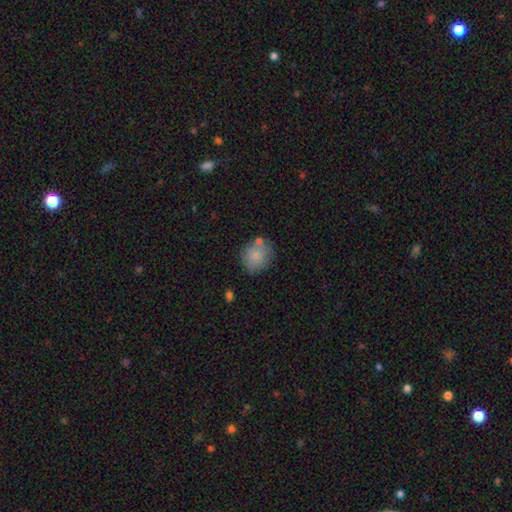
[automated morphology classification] The model was most divided on "merging": none: 71%, minor disturbance: 17%, merger: 8%, major disturbance: 4%. More confident: smooth or featured — smooth (84%); how rounded — round (81%).